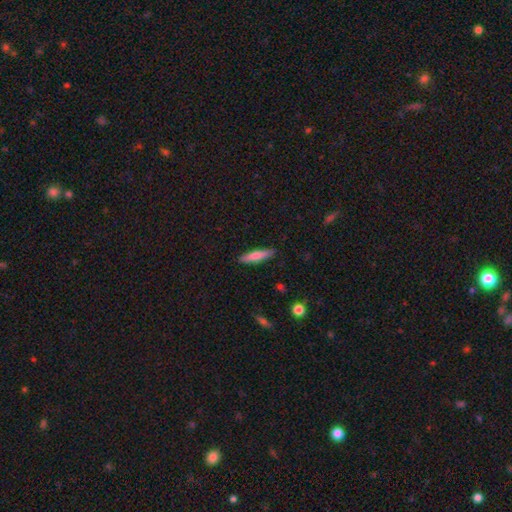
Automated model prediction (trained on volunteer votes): This appears to be a smooth galaxy with no disk features (72%) that is cigar-shaped (83%). Merging: none (89%).